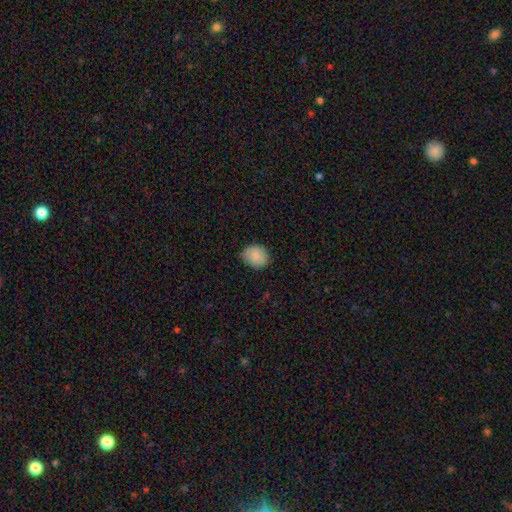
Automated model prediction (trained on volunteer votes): Overall: smooth (86%). How rounded: round (60%; in between 39%). Merging: none (78%).